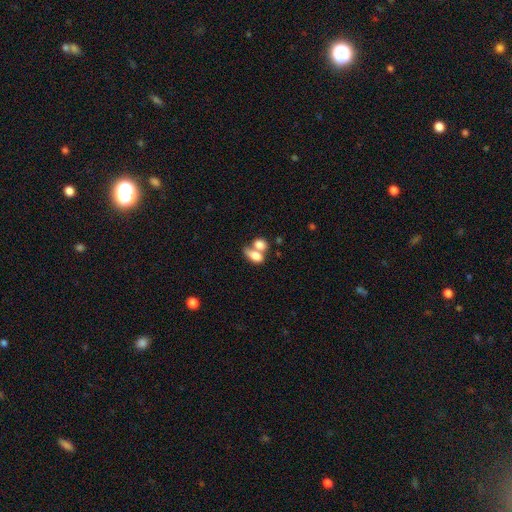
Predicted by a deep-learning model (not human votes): The model was most divided on "merging": merger: 63%, none: 23%, minor disturbance: 8%, major disturbance: 6%. More confident: how rounded — in between (81%); smooth or featured — smooth (76%).